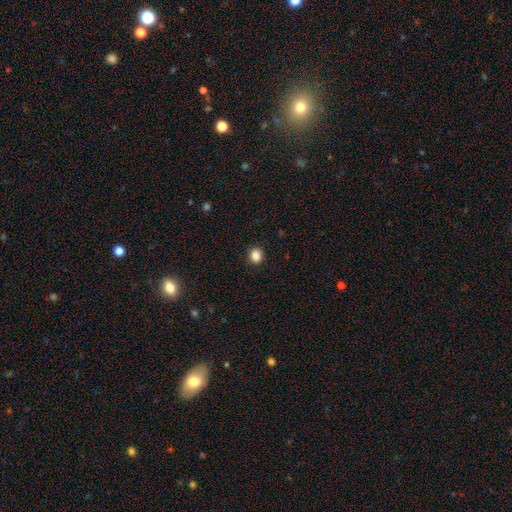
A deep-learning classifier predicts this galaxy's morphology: type=smooth (87%); roundness=round (74%); merging=none (91%).